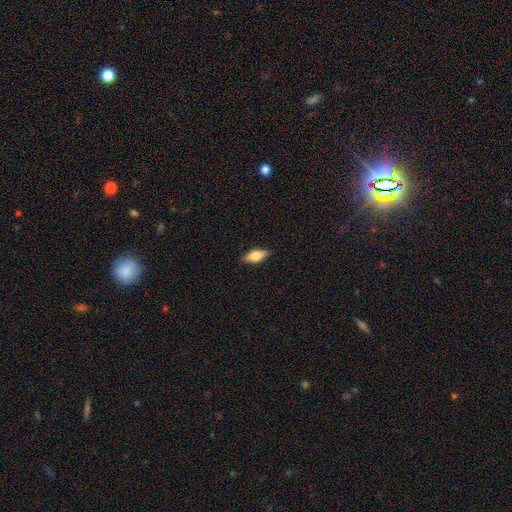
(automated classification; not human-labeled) smooth_or_featured: smooth (p=0.59) [alt: featured or disk p=0.33]
how_rounded: in between (p=0.73) [alt: cigar-shaped p=0.23]
merging: none (p=0.88) [alt: minor disturbance p=0.09]